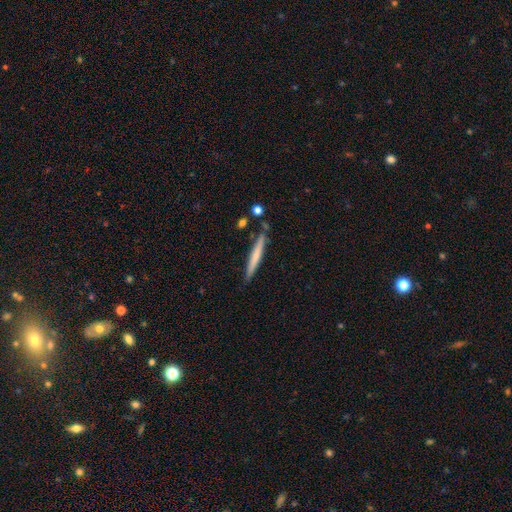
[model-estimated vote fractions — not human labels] Smooth or featured? Predicted: smooth (p=0.61). How rounded? Predicted: cigar-shaped (p=0.96). Merging? Predicted: none (p=0.84).